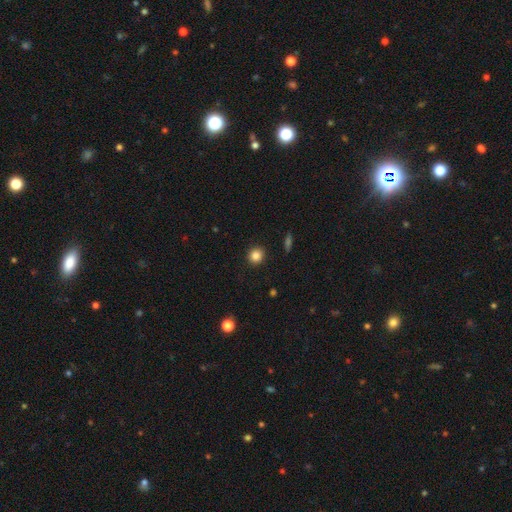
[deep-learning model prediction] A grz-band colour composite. It shows a smooth galaxy with no disk features (85%) that is round (91%). Merging: none (92%).